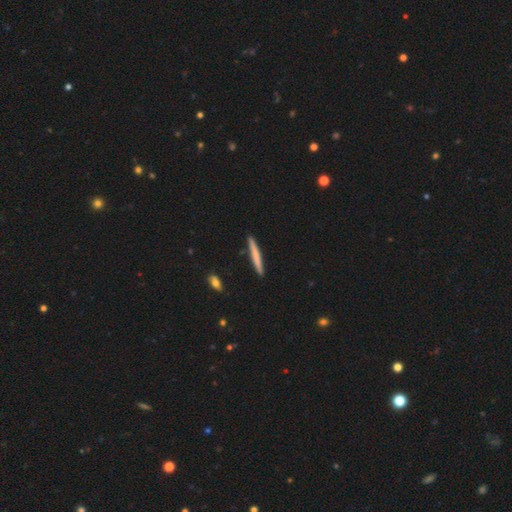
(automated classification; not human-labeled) smooth-or-featured: smooth: 66% | featured or disk: 29% | star or artifact: 5%
  how-rounded: cigar-shaped: 96% | in between: 2% | round: 1%
  merging: none: 91% | minor disturbance: 6% | merger: 2% | major disturbance: 1%